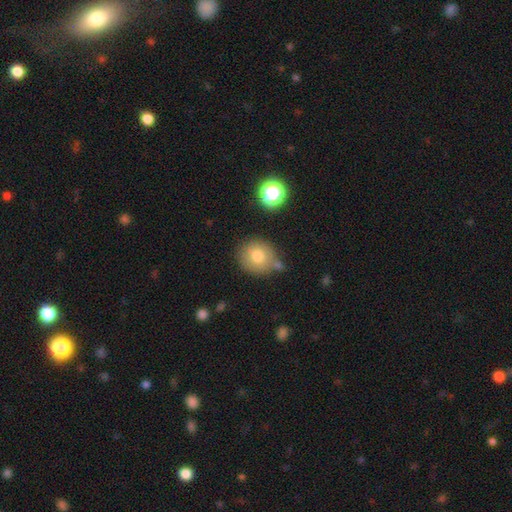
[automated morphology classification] type=smooth (75%); roundness=round (84%); merging=none (72%).